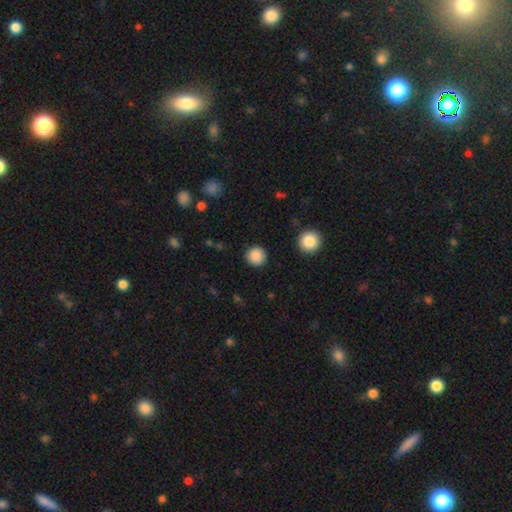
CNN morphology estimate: smooth_or_featured: smooth (p=0.88) [alt: star or artifact p=0.09]
how_rounded: round (p=0.95) [alt: in between p=0.04]
merging: none (p=0.90) [alt: minor disturbance p=0.06]